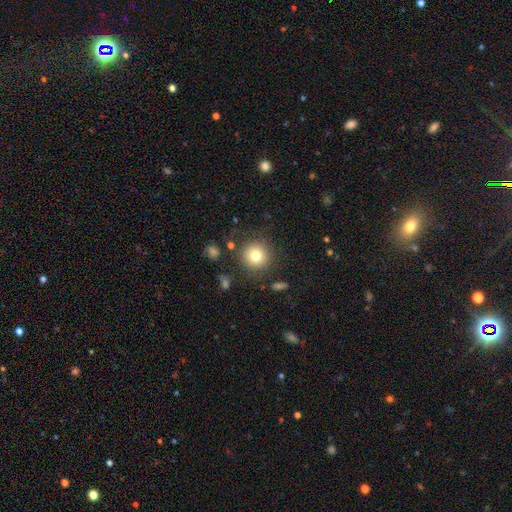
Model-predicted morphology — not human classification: smooth-or-featured: smooth: 77% | star or artifact: 12% | featured or disk: 11%
  how-rounded: round: 94% | in between: 5% | cigar-shaped: 1%
  merging: none: 85% | minor disturbance: 8% | major disturbance: 4% | merger: 3%